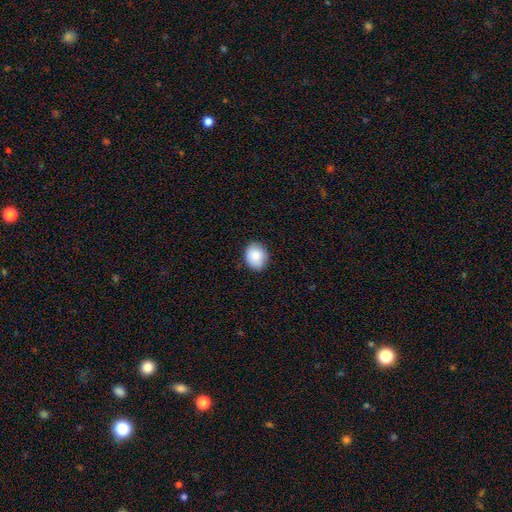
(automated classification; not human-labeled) smooth 86%, star or artifact 7%, featured or disk 7%. Down the decision tree: how rounded — round (56%); merging — none (87%).